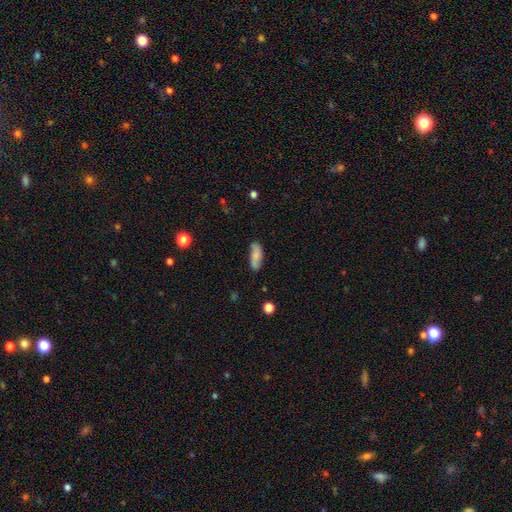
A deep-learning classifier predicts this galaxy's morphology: Smooth or featured? Predicted: smooth (p=0.70). How rounded? Predicted: in between (p=0.69). Merging? Predicted: none (p=0.75).